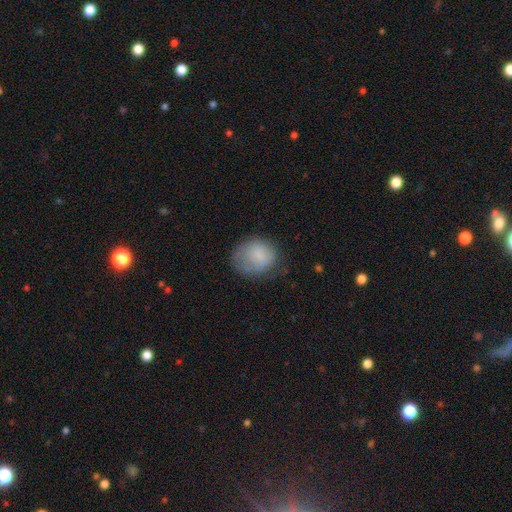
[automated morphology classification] The model was most divided on "how rounded": round: 59%, in between: 40%, cigar-shaped: 1%. More confident: smooth or featured — smooth (81%); merging — none (57%).